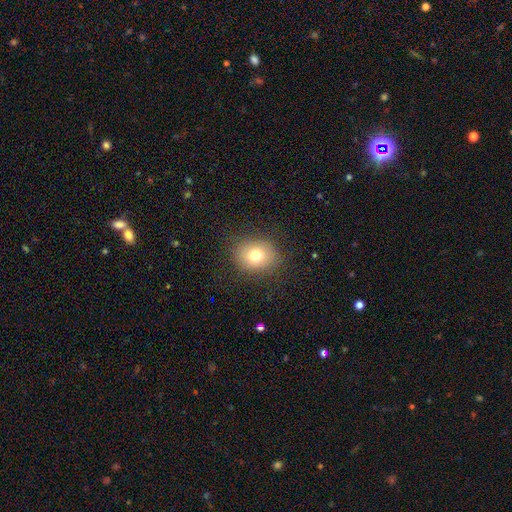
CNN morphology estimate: Overall: smooth (75%). How rounded: round (62%; in between 37%). Merging: none (84%).